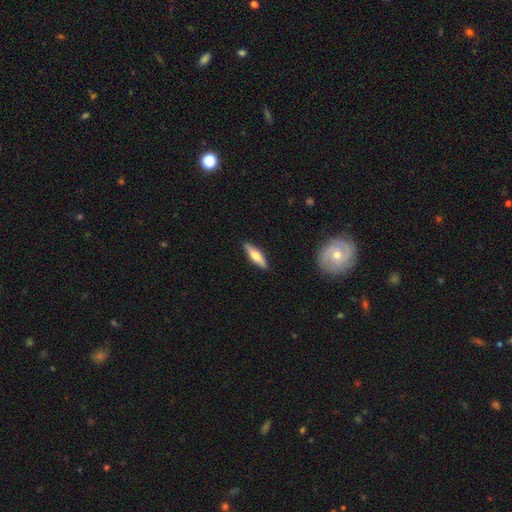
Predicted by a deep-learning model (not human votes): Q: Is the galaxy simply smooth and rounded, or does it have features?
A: smooth — 54%.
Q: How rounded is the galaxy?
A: cigar-shaped — 67%.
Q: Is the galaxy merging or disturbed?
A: none — 88%.